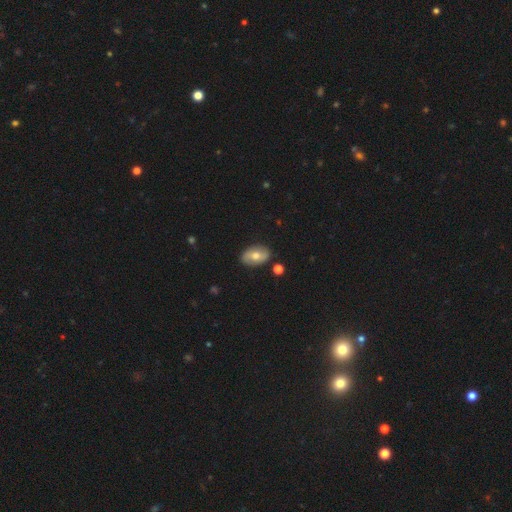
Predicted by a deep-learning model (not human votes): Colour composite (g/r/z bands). It shows a smooth galaxy with no disk features (57%) that is in between round and cigar-shaped (89%). Merging: none (85%).